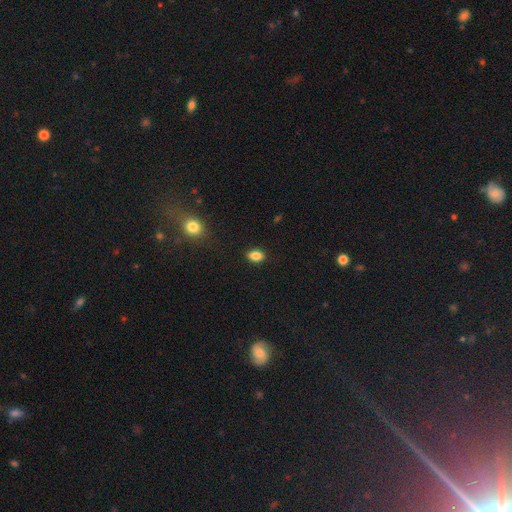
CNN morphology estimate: This appears to be a smooth galaxy with no disk features (86%) that is in between round and cigar-shaped (82%). Merging: none (88%).